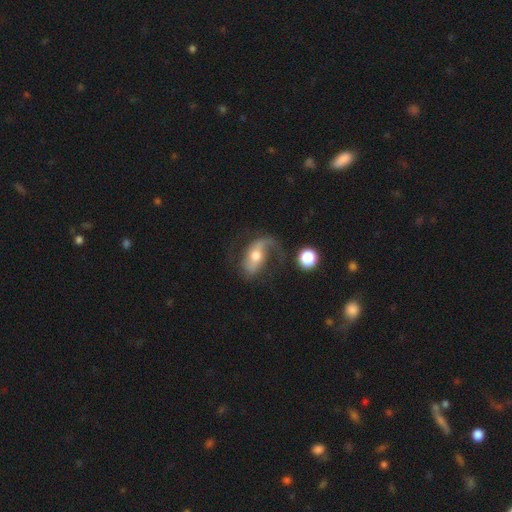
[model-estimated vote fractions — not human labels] A featured or disk galaxy (73%) with no bar (40%), 2 (63%) loose (63%) spiral arms (90%) and a moderate central bulge (68%). Merging: none (47%).